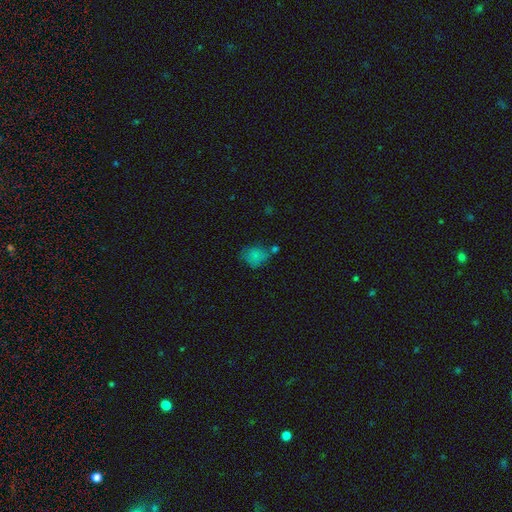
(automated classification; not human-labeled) Smooth or featured?
  - smooth: 77% *
  - star or artifact: 13%
  - featured or disk: 10%
How rounded?
  - round: 58% *
  - in between: 40%
  - cigar-shaped: 1%
Merging?
  - none: 46% *
  - minor disturbance: 24%
  - merger: 20%
  - major disturbance: 10%